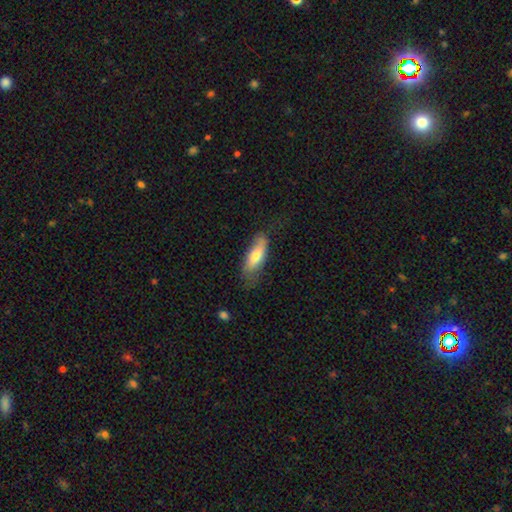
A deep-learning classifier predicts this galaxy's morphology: smooth 69%, featured or disk 25%, star or artifact 6%. Down the decision tree: how rounded — in between (63%); merging — none (57%).